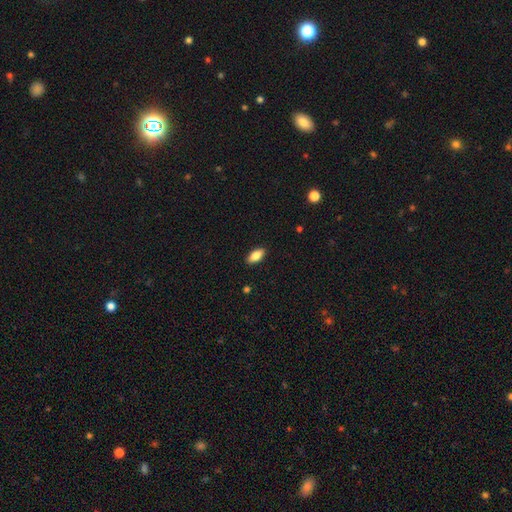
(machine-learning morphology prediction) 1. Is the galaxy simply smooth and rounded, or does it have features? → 85% smooth, 9% featured or disk, 7% star or artifact.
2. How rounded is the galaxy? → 88% in between, 9% cigar-shaped, 2% round.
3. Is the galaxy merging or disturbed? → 90% none, 8% minor disturbance, 2% major disturbance, 1% merger.